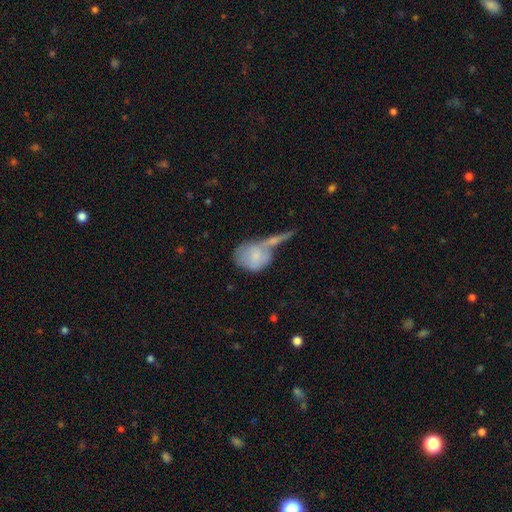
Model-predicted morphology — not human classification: Overall: smooth (66%; featured or disk 27%). How rounded: round (59%; in between 38%). Merging: merger (50%; none 25%).